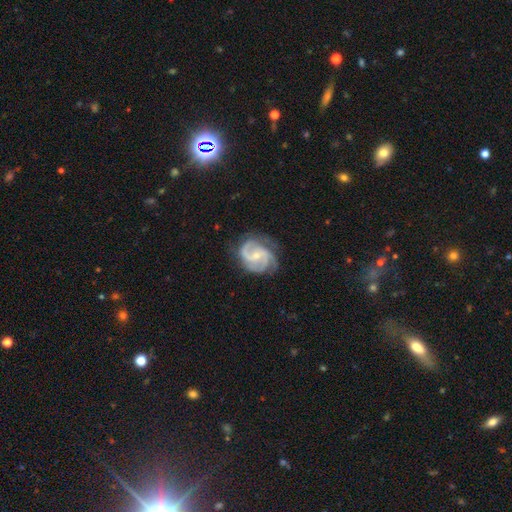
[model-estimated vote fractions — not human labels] smooth_or_featured: featured or disk (p=0.89) [alt: smooth p=0.06]
disk_edge_on: no (p=0.98) [alt: yes p=0.02]
bar: no (p=0.46) [alt: weak p=0.43]
has_spiral_arms: yes (p=0.98) [alt: no p=0.02]
spiral_winding: medium (p=0.52) [alt: tight p=0.34]
spiral_arm_count: 3 (p=0.41) [alt: 2 p=0.37]
bulge_size: small (p=0.65) [alt: moderate p=0.31]
merging: none (p=0.70) [alt: minor disturbance p=0.20]